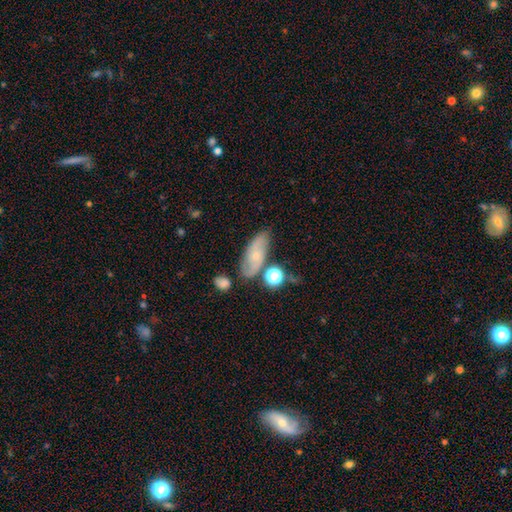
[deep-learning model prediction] A featured or disk galaxy (54%). Merging: none (64%).